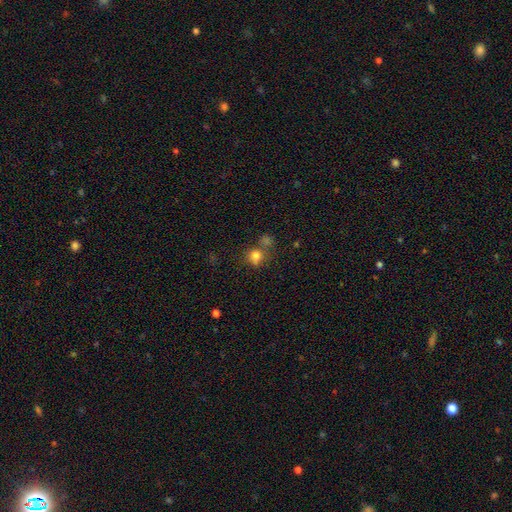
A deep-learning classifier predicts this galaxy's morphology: Smooth or featured: smooth — 76% (star or artifact — 15%)
How rounded: round — 78% (in between — 21%)
Merging: none — 53% (merger — 27%)